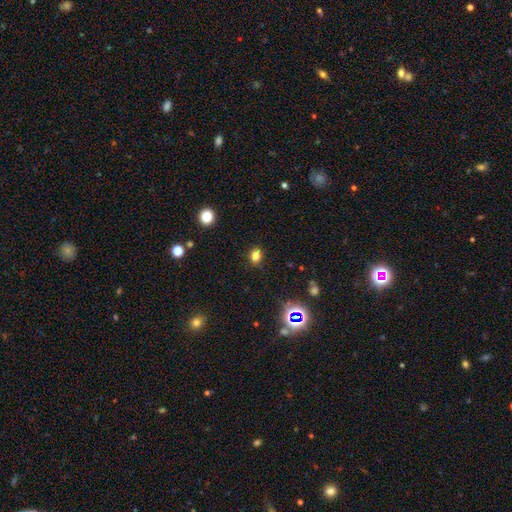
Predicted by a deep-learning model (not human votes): smooth-or-featured: smooth: 77% | star or artifact: 17% | featured or disk: 6%
  how-rounded: in between: 59% | round: 39% | cigar-shaped: 1%
  merging: none: 86% | minor disturbance: 10% | major disturbance: 2% | merger: 2%